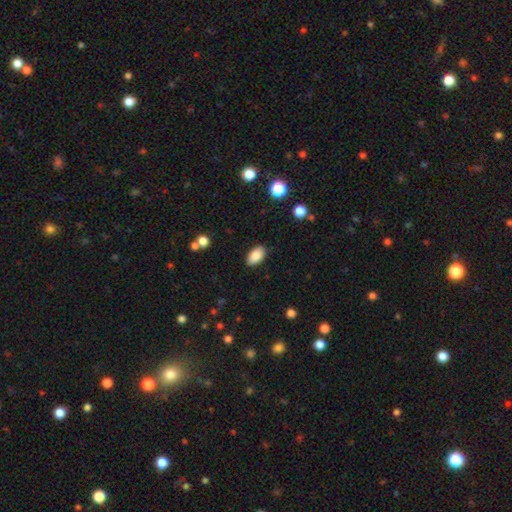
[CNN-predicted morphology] smooth_or_featured: smooth (p=0.87) [alt: star or artifact p=0.08]
how_rounded: in between (p=0.93) [alt: round p=0.05]
merging: none (p=0.88) [alt: minor disturbance p=0.09]